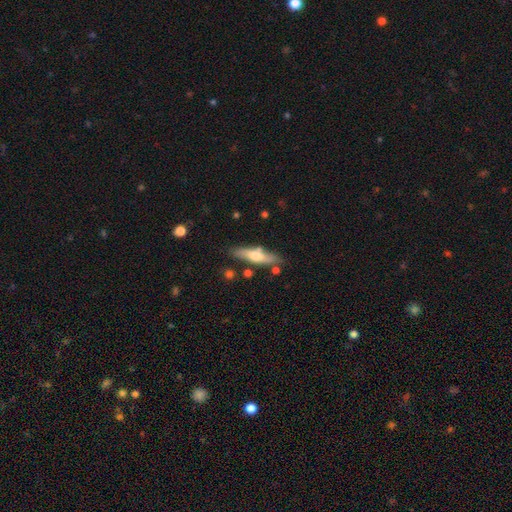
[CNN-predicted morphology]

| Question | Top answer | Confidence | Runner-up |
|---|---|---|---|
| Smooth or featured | smooth | 50% | featured or disk (44%) |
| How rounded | cigar-shaped | 68% | in between (30%) |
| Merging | none | 78% | minor disturbance (13%) |